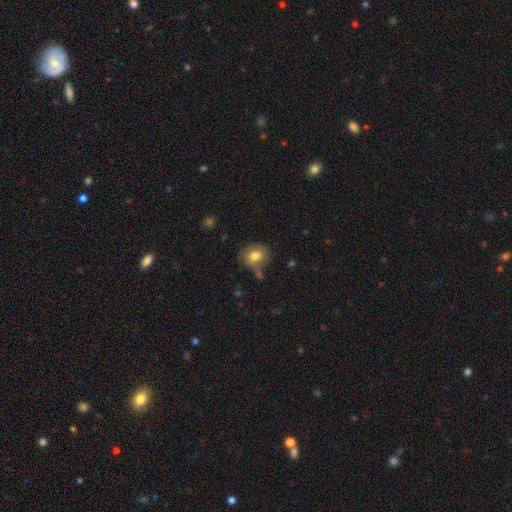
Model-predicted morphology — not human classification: A smooth galaxy with no disk features (79%) that is round (59%). Merging: none (67%).